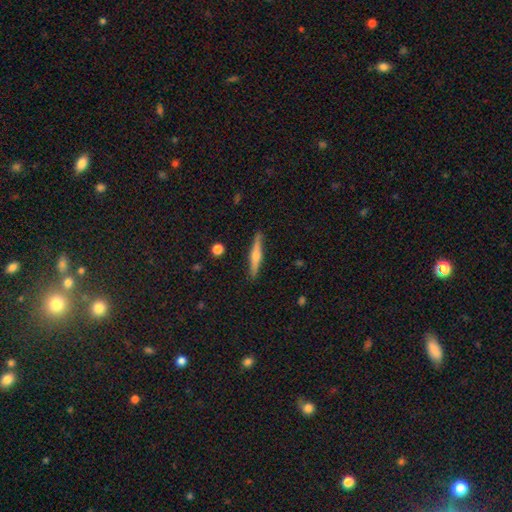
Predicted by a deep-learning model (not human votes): A featured or disk galaxy (67%) viewed edge-on (97%) with a rounded central bulge (88%). Merging: none (91%).